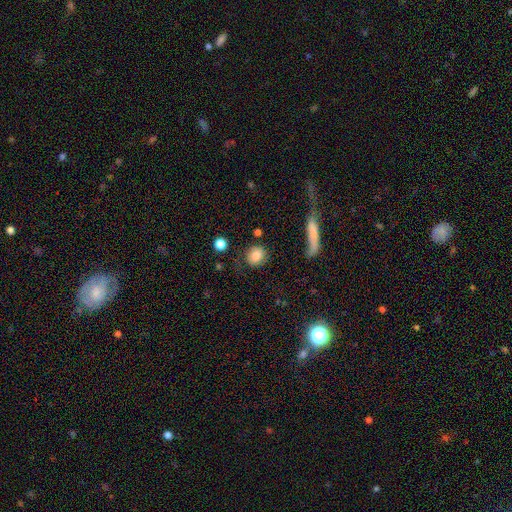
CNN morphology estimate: type=smooth (77%); roundness=round (79%); merging=none (74%).